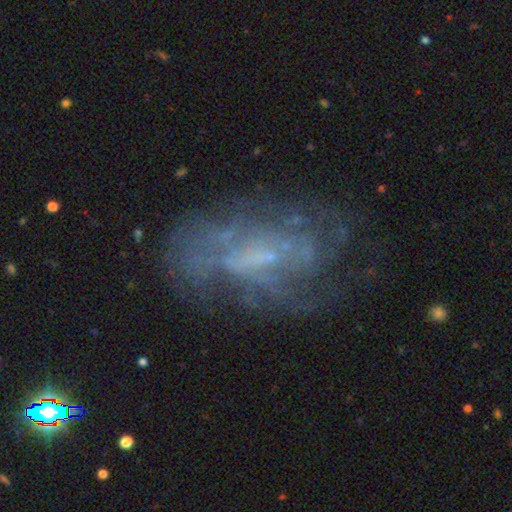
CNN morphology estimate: type=featured or disk (71%); edge-on=no (94%); bar=no (47%); spiral arms=yes (66%); bulge=small (47%); merging=none (57%).